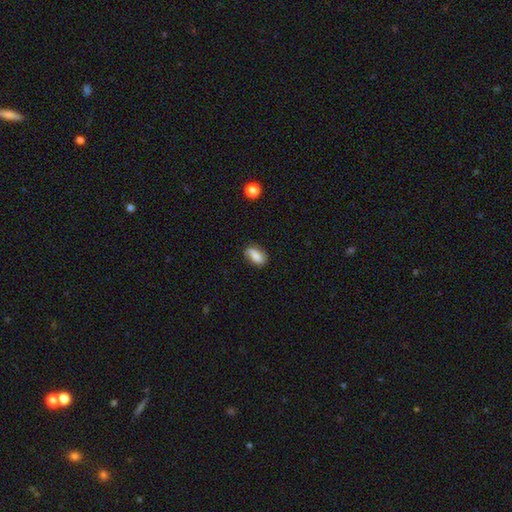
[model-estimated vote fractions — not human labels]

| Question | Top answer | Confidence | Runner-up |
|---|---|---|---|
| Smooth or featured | smooth | 73% | featured or disk (19%) |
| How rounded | in between | 86% | round (7%) |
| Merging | none | 71% | minor disturbance (22%) |